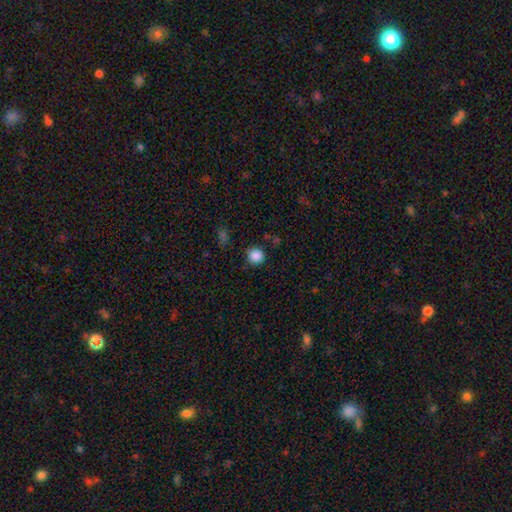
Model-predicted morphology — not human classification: A smooth galaxy with no disk features (87%) that is round (93%). Merging: none (86%).